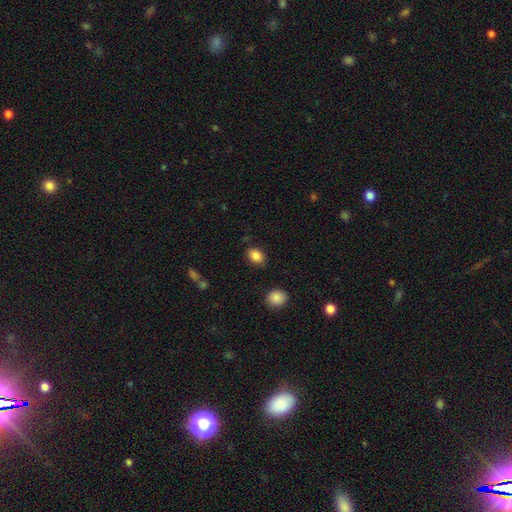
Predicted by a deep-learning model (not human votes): The model was most divided on "how rounded": in between: 63%, round: 36%, cigar-shaped: 1%. More confident: smooth or featured — smooth (85%); merging — none (84%).